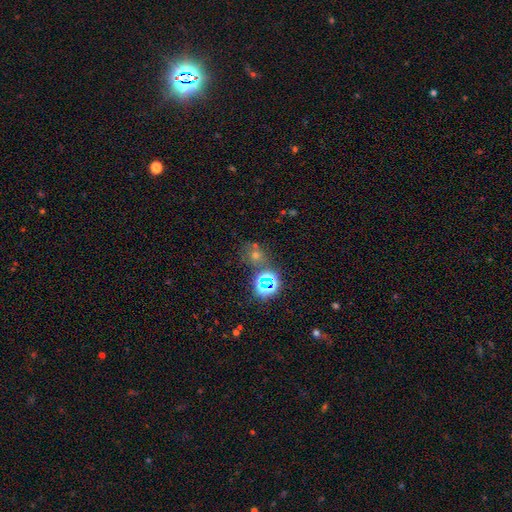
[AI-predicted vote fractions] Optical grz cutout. It shows a star or artifact, not a galaxy (49%).